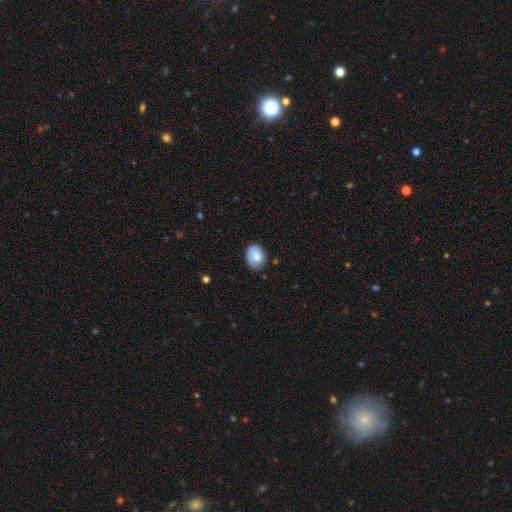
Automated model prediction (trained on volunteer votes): A smooth galaxy with no disk features (68%) that is in between round and cigar-shaped (62%).

Vote fractions:
- Smooth or featured? smooth: 68% / featured or disk: 25% / star or artifact: 7%
- How rounded? in between: 62% / round: 38% / cigar-shaped: 1%
- Merging? none: 67% / minor disturbance: 24% / major disturbance: 7% / merger: 2%